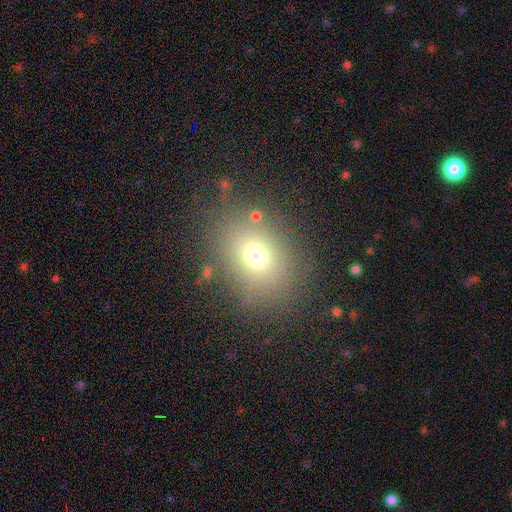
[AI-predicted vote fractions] Overall: smooth (70%). How rounded: in between (54%; round 45%). Merging: none (81%).